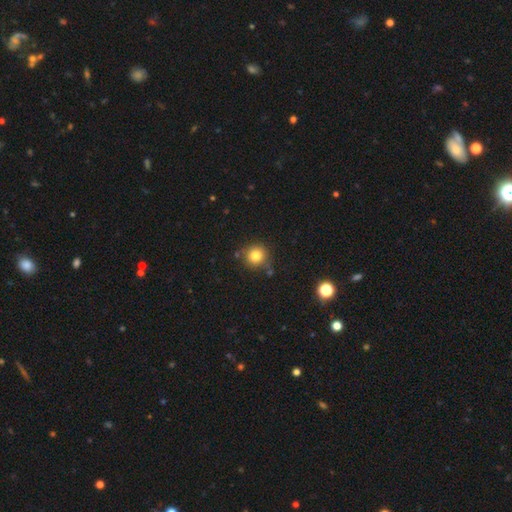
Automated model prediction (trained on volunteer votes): Morphology: type=smooth (81%); roundness=round (93%); merging=none (80%).